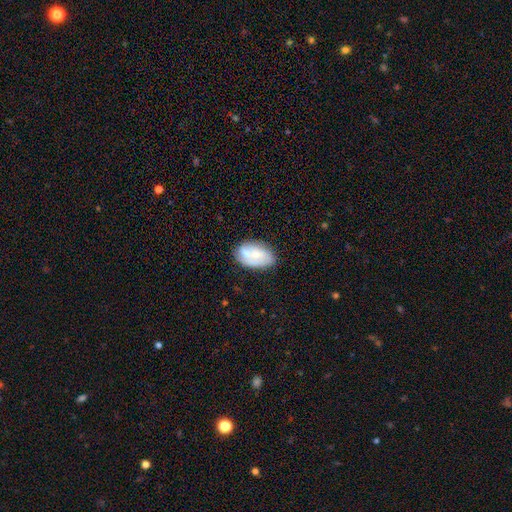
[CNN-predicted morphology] smooth-or-featured: smooth: 54% | featured or disk: 39% | star or artifact: 7%
  how-rounded: in between: 90% | round: 8% | cigar-shaped: 2%
  merging: none: 47% | minor disturbance: 23% | merger: 21% | major disturbance: 8%